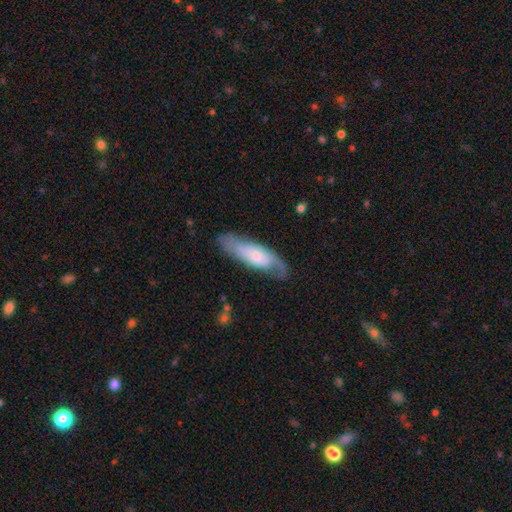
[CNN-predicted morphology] Smooth or featured: featured or disk — 61% (smooth — 34%)
Edge-on disk: no — 79% (yes — 21%)
Merging: none — 71% (minor disturbance — 19%)